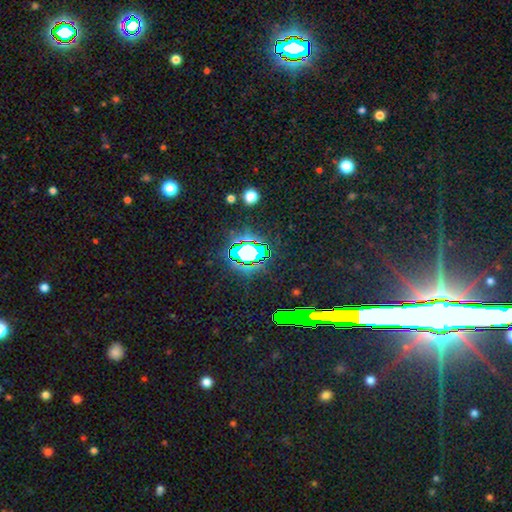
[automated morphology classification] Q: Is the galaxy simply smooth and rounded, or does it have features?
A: star or artifact — 81%.